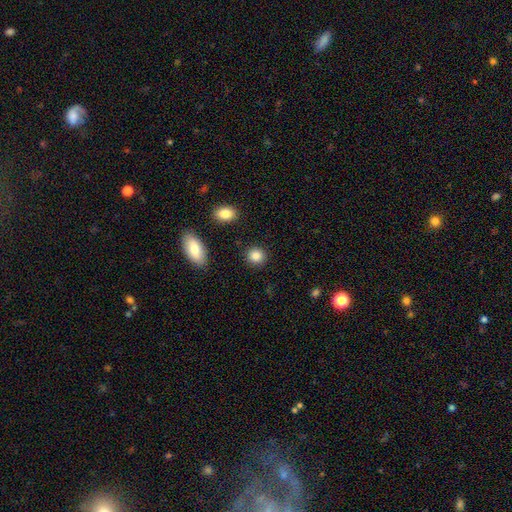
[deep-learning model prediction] smooth-or-featured: smooth: 87% | star or artifact: 9% | featured or disk: 4%
  how-rounded: round: 85% | in between: 14% | cigar-shaped: 1%
  merging: none: 90% | minor disturbance: 6% | major disturbance: 2% | merger: 2%